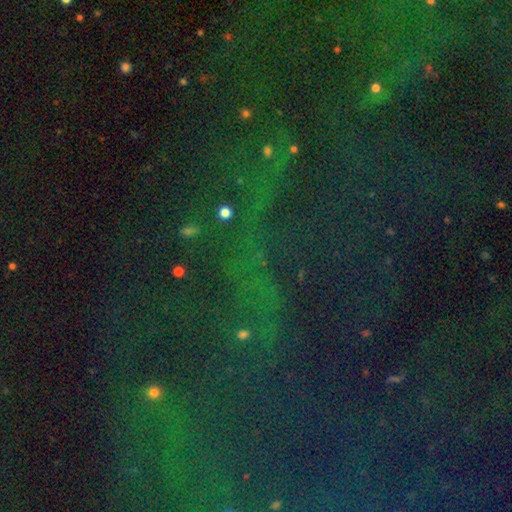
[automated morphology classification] Smooth or featured: star or artifact — 81% (smooth — 10%)